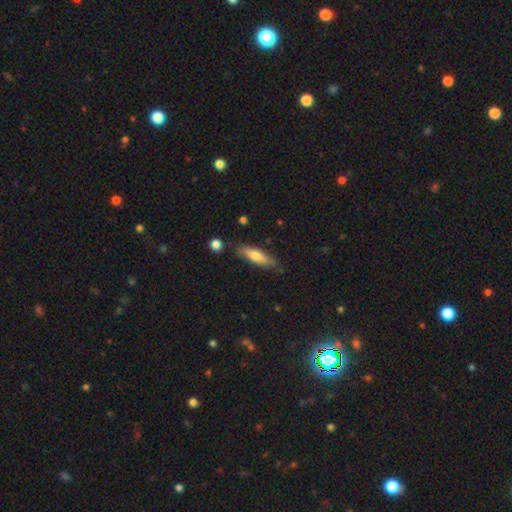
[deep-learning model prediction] The model was most divided on "how rounded": cigar-shaped: 60%, in between: 38%, round: 2%. More confident: merging — none (76%); smooth or featured — smooth (64%).